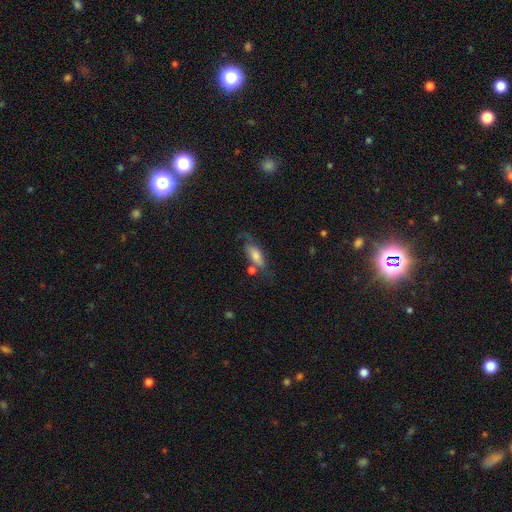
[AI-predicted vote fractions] smooth-or-featured: smooth: 57% | featured or disk: 31% | star or artifact: 11%
  how-rounded: in between: 68% | cigar-shaped: 28% | round: 4%
  merging: none: 51% | minor disturbance: 25% | major disturbance: 14% | merger: 9%